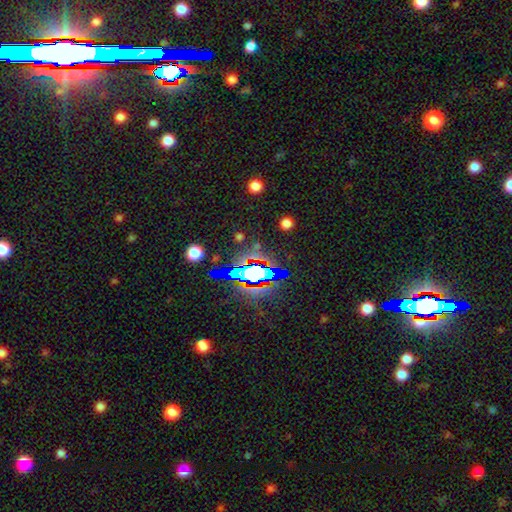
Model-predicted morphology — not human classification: Overall: star or artifact (74%).